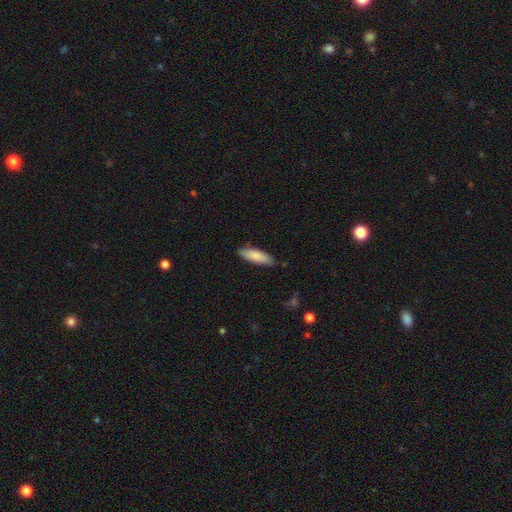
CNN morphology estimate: smooth 84%, featured or disk 11%, star or artifact 6%. Down the decision tree: how rounded — in between (50%); merging — none (84%).